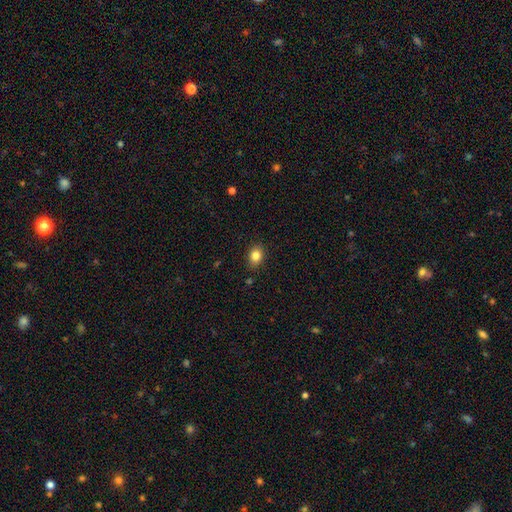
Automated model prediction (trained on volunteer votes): This is clearly a smooth galaxy (84%). How rounded: likely in between (62%). Merging: clearly none (87%).